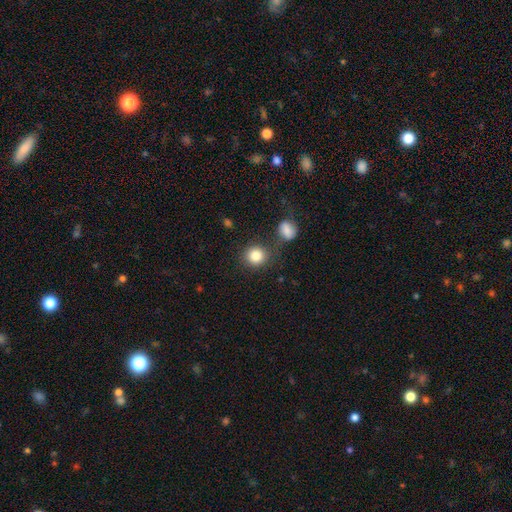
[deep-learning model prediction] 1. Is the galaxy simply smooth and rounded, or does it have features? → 85% smooth, 9% star or artifact, 5% featured or disk.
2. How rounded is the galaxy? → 86% round, 13% in between, 1% cigar-shaped.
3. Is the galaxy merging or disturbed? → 74% none, 11% merger, 10% minor disturbance, 4% major disturbance.